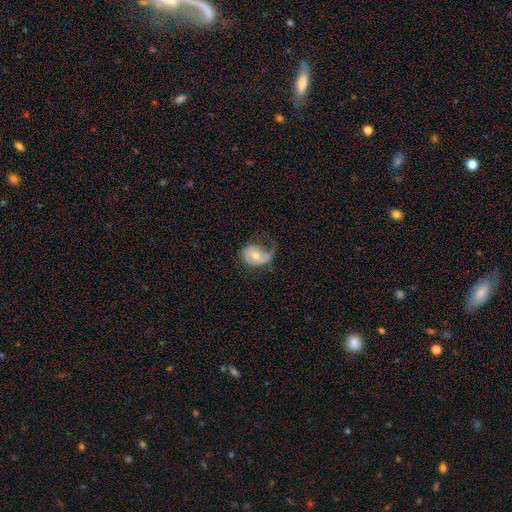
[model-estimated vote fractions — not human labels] Smooth or featured? Predicted: featured or disk (p=0.52). Edge-on disk? Predicted: no (p=0.96). Bar? Predicted: no (p=0.64). Spiral arms? Predicted: yes (p=0.73). Bulge size? Predicted: moderate (p=0.63). Merging? Predicted: major disturbance (p=0.39).